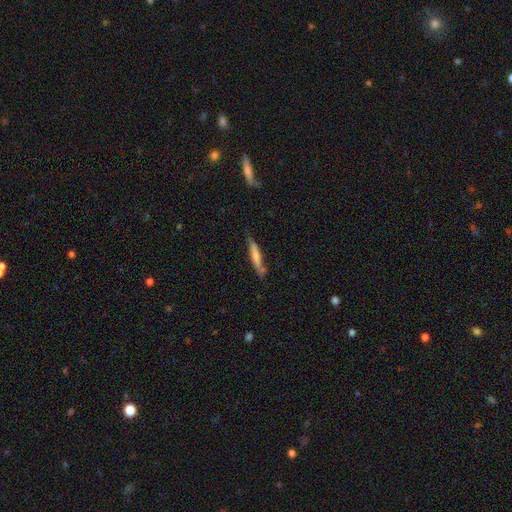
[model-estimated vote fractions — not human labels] Smooth or featured? Predicted: smooth (p=0.62). How rounded? Predicted: cigar-shaped (p=0.91). Merging? Predicted: none (p=0.71).